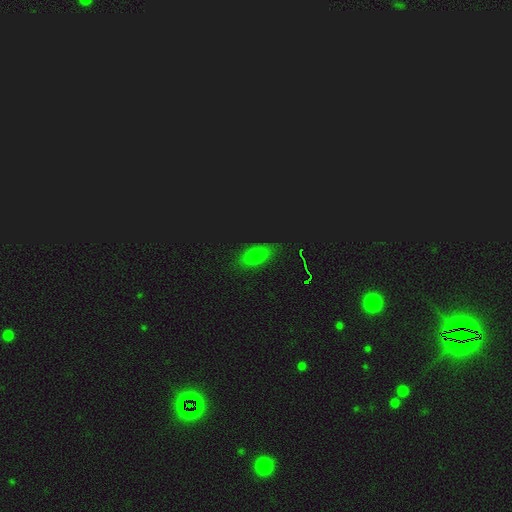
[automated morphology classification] This appears to be a smooth galaxy with no disk features (70%) that is in between round and cigar-shaped (86%). Merging: none (83%).